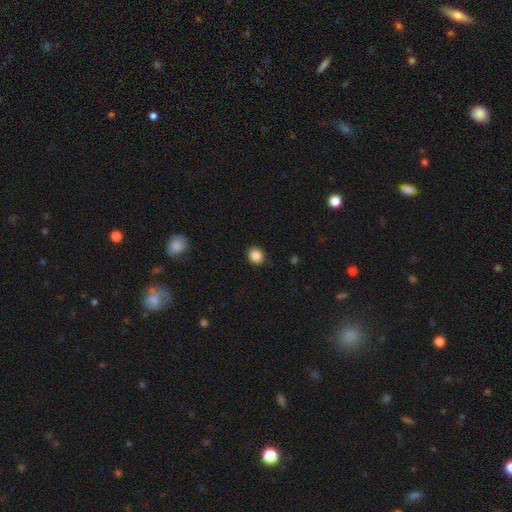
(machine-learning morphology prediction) smooth 86%, star or artifact 10%, featured or disk 4%. Down the decision tree: how rounded — round (74%); merging — none (89%).